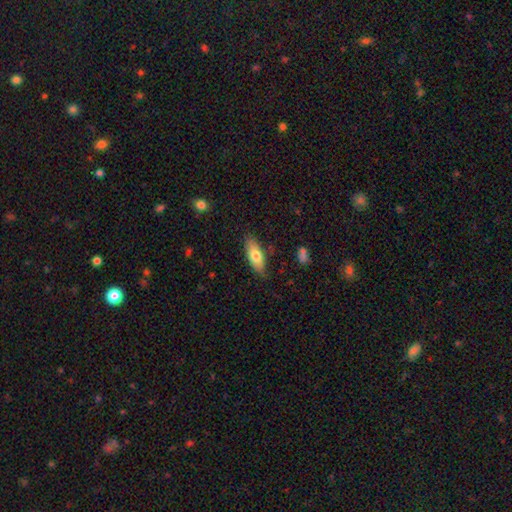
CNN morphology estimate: smooth-or-featured: smooth: 73% | featured or disk: 21% | star or artifact: 6%
  how-rounded: in between: 72% | cigar-shaped: 25% | round: 2%
  merging: none: 82% | minor disturbance: 14% | major disturbance: 3% | merger: 2%